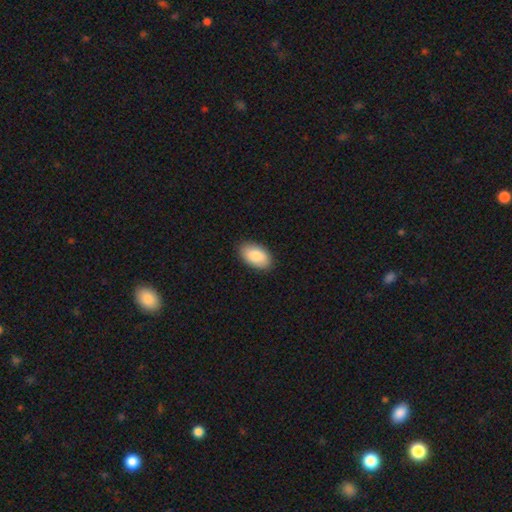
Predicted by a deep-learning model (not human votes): Morphology: type=smooth (86%); roundness=in between (94%); merging=none (89%).